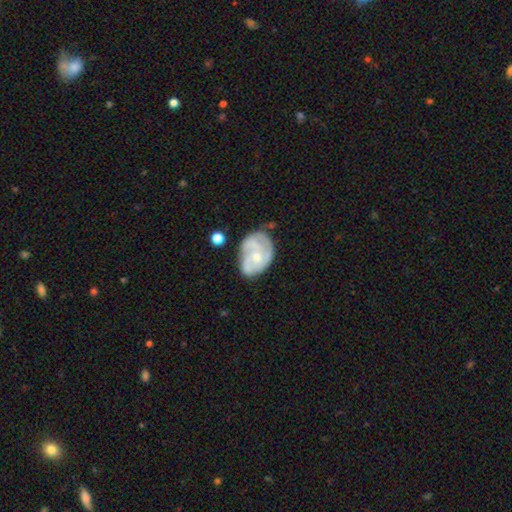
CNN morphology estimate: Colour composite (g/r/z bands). It shows a featured or disk galaxy (74%) with no bar (72%), 3 (38%) tight (47%) spiral arms (87%) and a small central bulge (50%). Merging: none (57%).